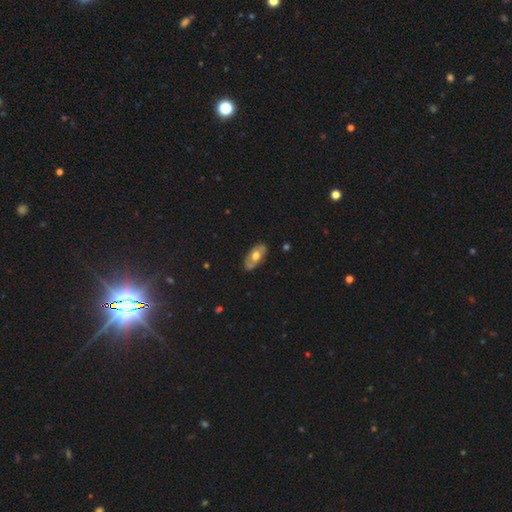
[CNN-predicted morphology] Smooth or featured? Predicted: smooth (p=0.47, tied with featured or disk). Merging? Predicted: none (p=0.82).